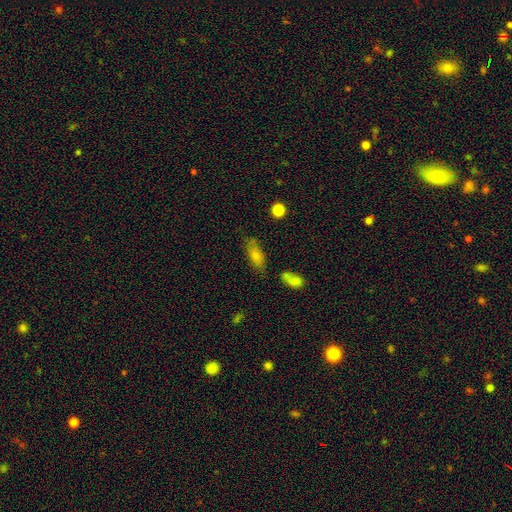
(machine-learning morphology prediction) Smooth or featured?
  - smooth: 69% *
  - featured or disk: 20%
  - star or artifact: 11%
How rounded?
  - in between: 70% *
  - cigar-shaped: 25%
  - round: 4%
Merging?
  - none: 68% *
  - minor disturbance: 19%
  - merger: 8%
  - major disturbance: 5%